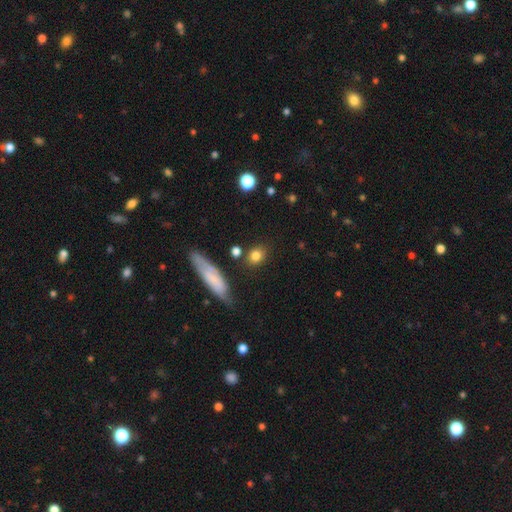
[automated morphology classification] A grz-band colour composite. It shows a smooth galaxy with no disk features (81%) that is round (53%). Merging: none (78%).